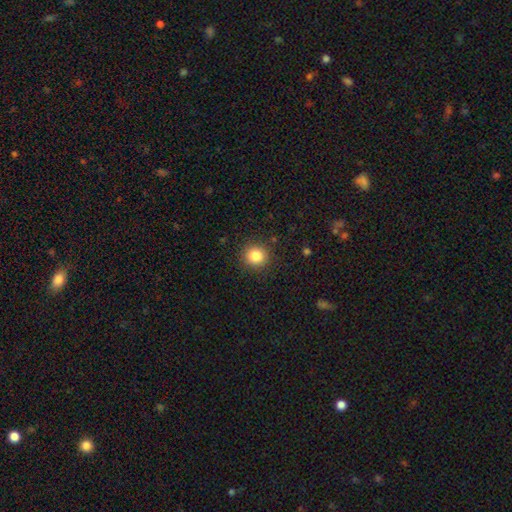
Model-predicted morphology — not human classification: The model was most divided on "smooth or featured": smooth: 84%, star or artifact: 11%, featured or disk: 6%. More confident: how rounded — round (91%); merging — none (90%).